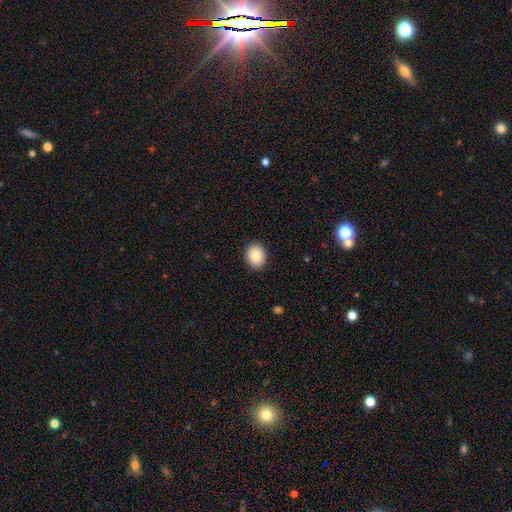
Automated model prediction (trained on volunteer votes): Smooth or featured?
  - smooth: 87% *
  - star or artifact: 8%
  - featured or disk: 5%
How rounded?
  - round: 54% *
  - in between: 45%
  - cigar-shaped: 1%
Merging?
  - none: 90% *
  - minor disturbance: 7%
  - major disturbance: 2%
  - merger: 1%